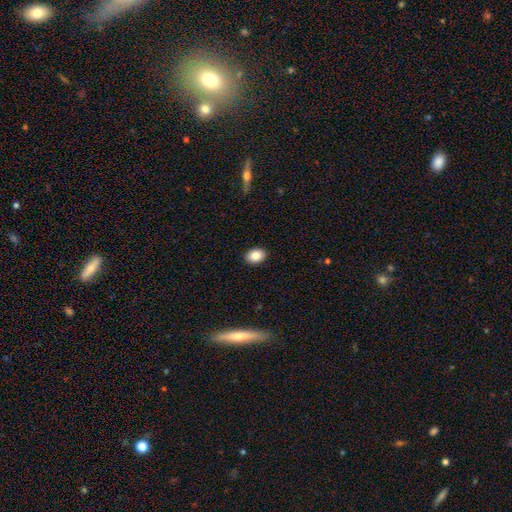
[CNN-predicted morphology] Smooth or featured? Predicted: smooth (p=0.86). How rounded? Predicted: in between (p=0.74). Merging? Predicted: none (p=0.90).